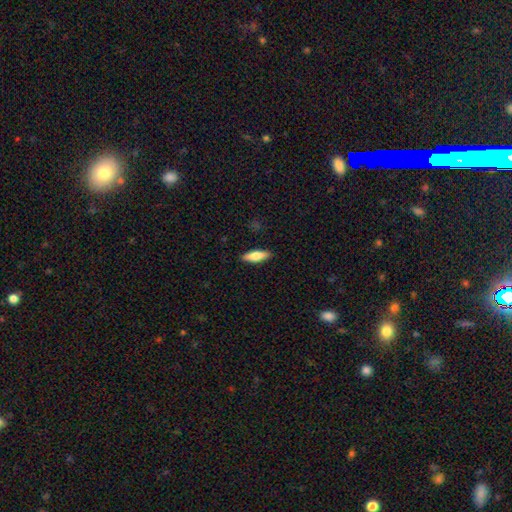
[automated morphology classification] Q: Smooth or featured?
A: smooth (71%); runner-up: featured or disk (23%)
Q: How rounded?
A: in between (52%); runner-up: cigar-shaped (45%)
Q: Merging?
A: none (89%); runner-up: minor disturbance (8%)